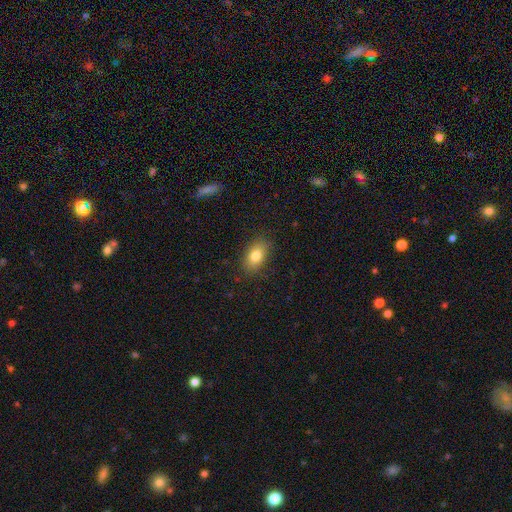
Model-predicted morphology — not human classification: This appears to be a smooth galaxy with no disk features (81%) that is in between round and cigar-shaped (87%). Merging: none (85%).